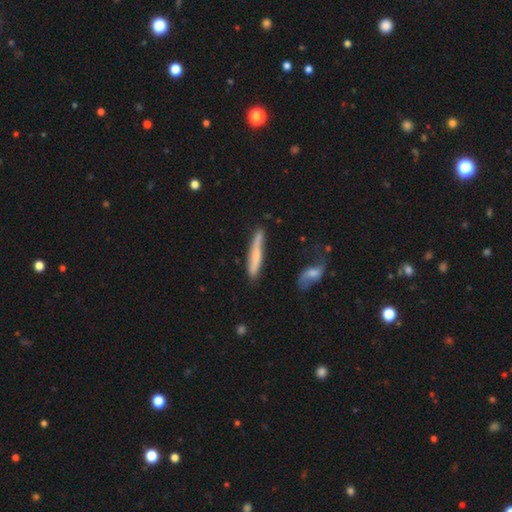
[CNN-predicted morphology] Smooth or featured? Predicted: smooth (p=0.52). How rounded? Predicted: cigar-shaped (p=0.92). Merging? Predicted: none (p=0.69).